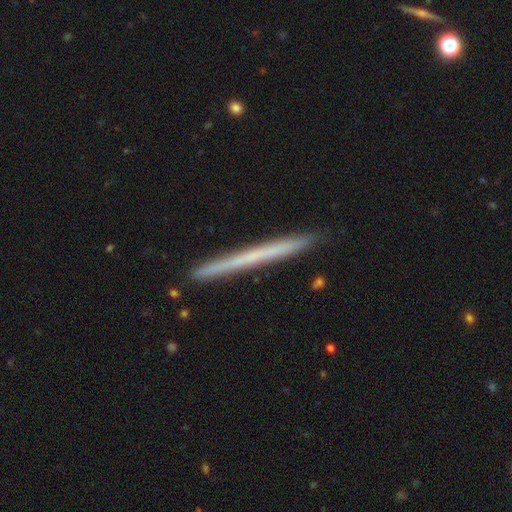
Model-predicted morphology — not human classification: Q: Smooth or featured?
A: featured or disk (48%); runner-up: smooth (45%)
Q: Merging?
A: none (90%); runner-up: minor disturbance (7%)